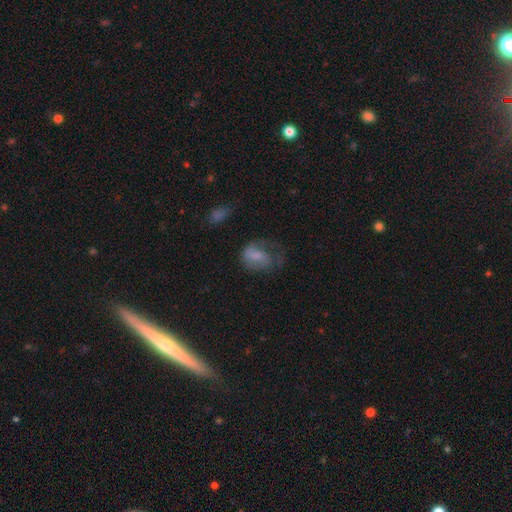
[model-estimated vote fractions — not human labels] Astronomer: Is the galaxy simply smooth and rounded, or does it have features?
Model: smooth — 54% (runner-up: featured or disk, 37%).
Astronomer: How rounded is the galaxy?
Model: in between — 63%.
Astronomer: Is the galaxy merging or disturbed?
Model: major disturbance — 42% (runner-up: none, 31%).